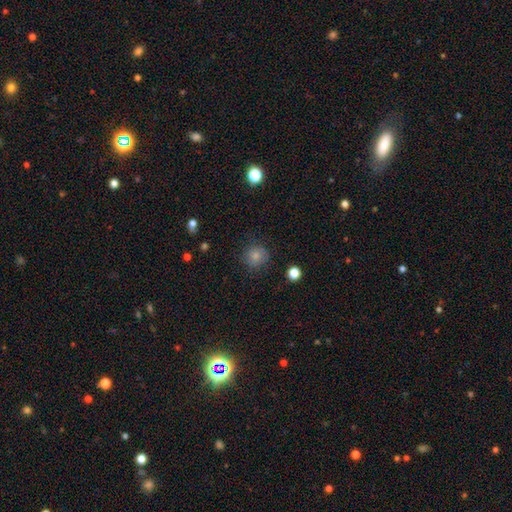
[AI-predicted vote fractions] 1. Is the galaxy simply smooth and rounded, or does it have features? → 79% smooth, 13% star or artifact, 8% featured or disk.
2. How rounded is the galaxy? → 88% round, 11% in between, 1% cigar-shaped.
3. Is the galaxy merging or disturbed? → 80% none, 14% minor disturbance, 4% major disturbance, 1% merger.